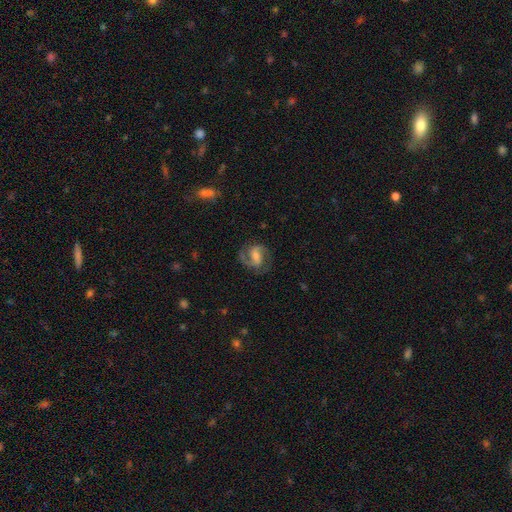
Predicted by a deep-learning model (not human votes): Overall: featured or disk (83%). Edge-on disk: no (98%). Bar: weak (47%; strong 32%). Spiral arms: yes (96%). Spiral arm count: 2 (90%). Spiral winding: medium (58%; loose 22%). Bulge size: moderate (42%; small 33%). Merging: none (76%).